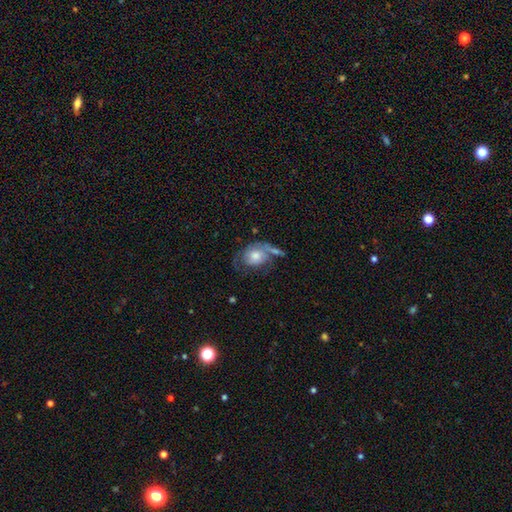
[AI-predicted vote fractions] The model was most divided on "merging": none: 34%, major disturbance: 26%, minor disturbance: 21%, merger: 19%. More confident: edge-on disk — no (95%); smooth or featured — featured or disk (51%).